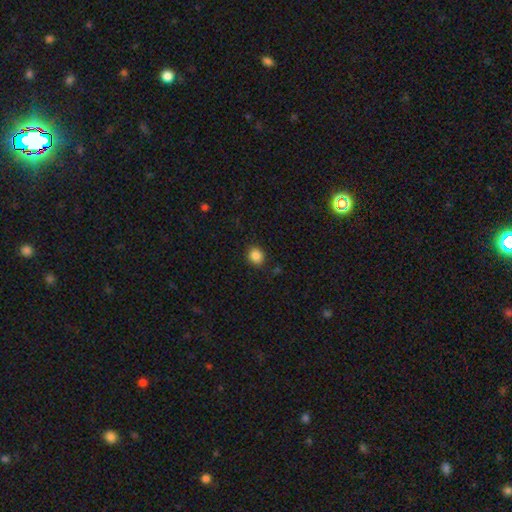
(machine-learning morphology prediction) smooth 86%, star or artifact 10%, featured or disk 4%. Down the decision tree: how rounded — round (75%); merging — none (89%).